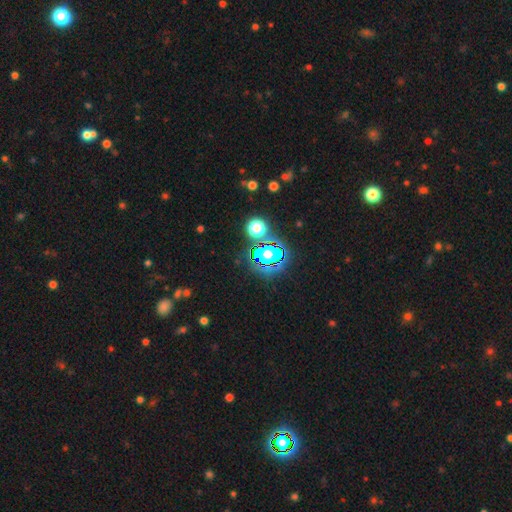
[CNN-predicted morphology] Smooth or featured? Predicted: star or artifact (p=0.80).